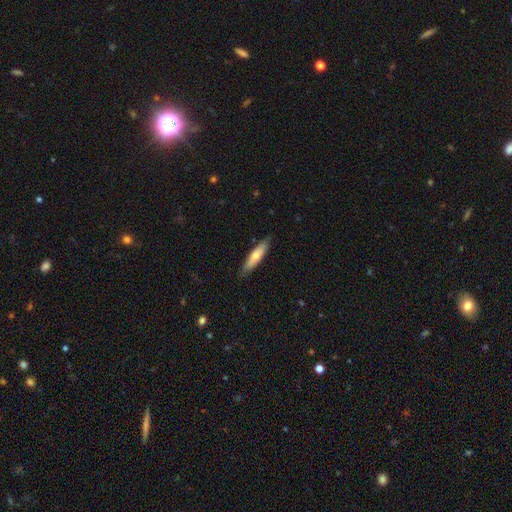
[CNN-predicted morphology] Q: Smooth or featured?
A: smooth (62%); runner-up: featured or disk (32%)
Q: How rounded?
A: cigar-shaped (75%); runner-up: in between (23%)
Q: Merging?
A: none (85%); runner-up: minor disturbance (12%)